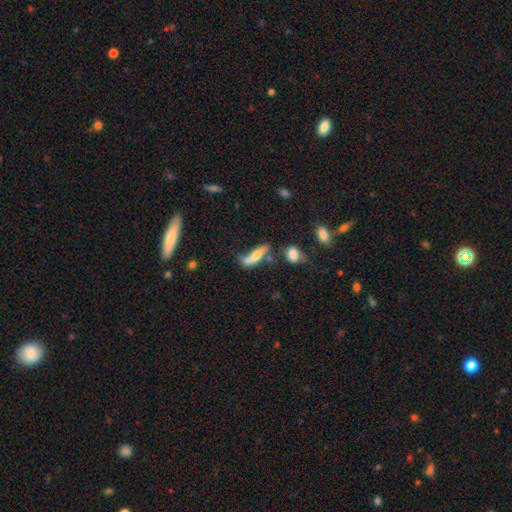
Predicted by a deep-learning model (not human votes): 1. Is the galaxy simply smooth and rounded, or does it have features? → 47% smooth, 44% featured or disk, 10% star or artifact.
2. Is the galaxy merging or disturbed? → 37% none, 23% merger, 22% minor disturbance, 18% major disturbance.